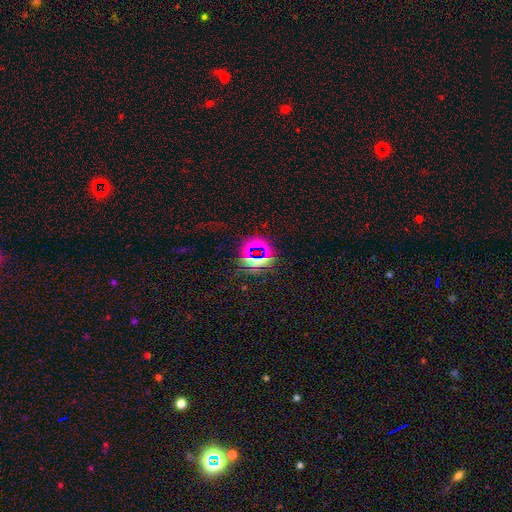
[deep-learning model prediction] This appears to be a star or artifact, not a galaxy (67%).